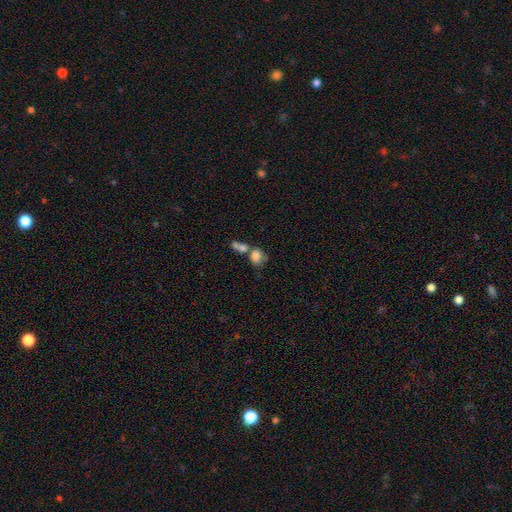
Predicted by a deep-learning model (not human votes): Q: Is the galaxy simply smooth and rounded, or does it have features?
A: smooth — 77%.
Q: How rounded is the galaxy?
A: in between — 55%.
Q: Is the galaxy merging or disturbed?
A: merger — 59%.